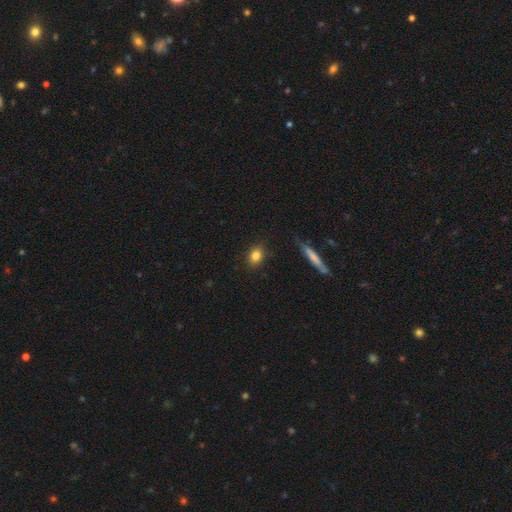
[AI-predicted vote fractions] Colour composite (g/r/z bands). It shows a smooth galaxy with no disk features (83%) that is in between round and cigar-shaped (57%). Merging: none (87%).